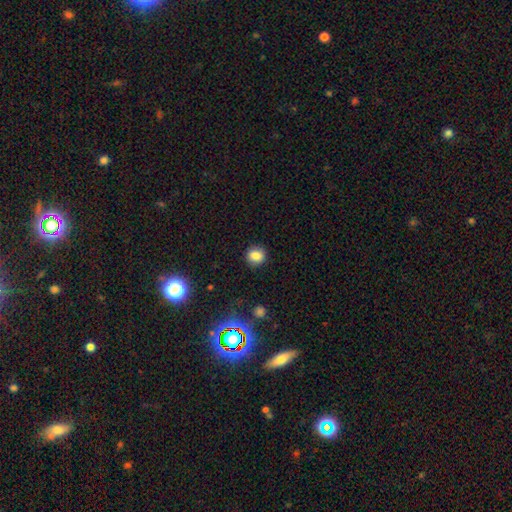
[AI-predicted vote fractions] Smooth or featured?
  - smooth: 81% *
  - star or artifact: 13%
  - featured or disk: 6%
How rounded?
  - round: 80% *
  - in between: 19%
  - cigar-shaped: 1%
Merging?
  - none: 88% *
  - minor disturbance: 8%
  - major disturbance: 2%
  - merger: 1%